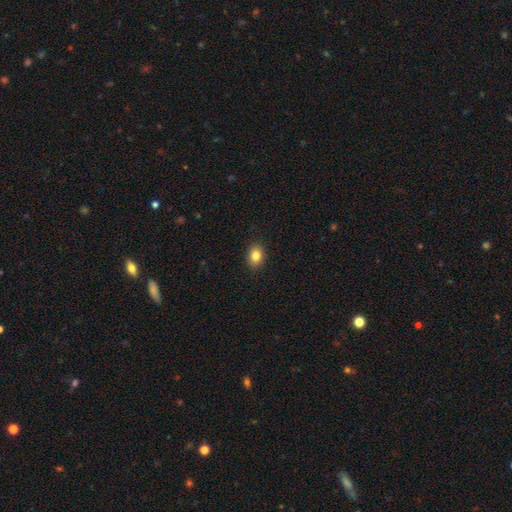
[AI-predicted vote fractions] This is clearly a smooth galaxy (84%). How rounded: likely in between (63%). Merging: clearly none (90%).